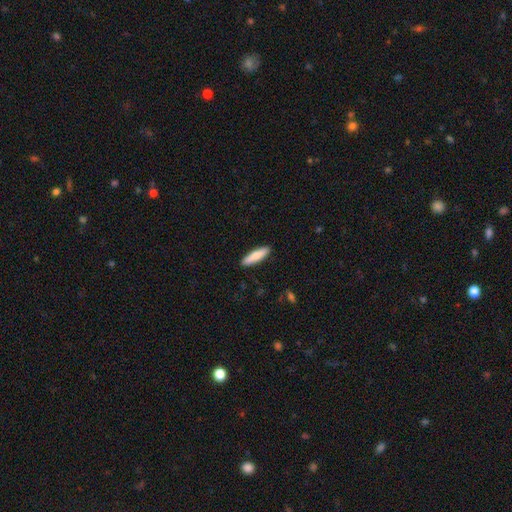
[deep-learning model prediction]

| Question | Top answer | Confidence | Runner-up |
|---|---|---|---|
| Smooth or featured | smooth | 79% | featured or disk (16%) |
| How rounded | cigar-shaped | 71% | in between (28%) |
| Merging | none | 90% | minor disturbance (7%) |